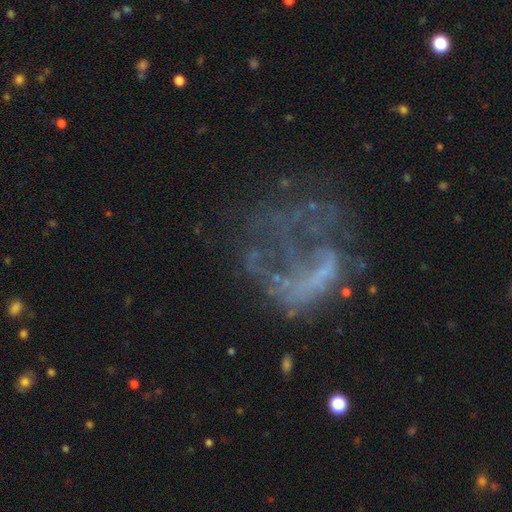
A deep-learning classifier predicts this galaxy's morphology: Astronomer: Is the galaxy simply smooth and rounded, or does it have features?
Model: featured or disk — 61%.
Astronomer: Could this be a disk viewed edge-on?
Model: no — 97%.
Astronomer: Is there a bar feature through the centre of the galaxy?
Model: no — 78%.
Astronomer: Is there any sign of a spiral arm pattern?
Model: no — 77%.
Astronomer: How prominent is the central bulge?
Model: none — 74%.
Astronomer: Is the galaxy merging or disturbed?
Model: major disturbance — 48% (runner-up: none, 32%).